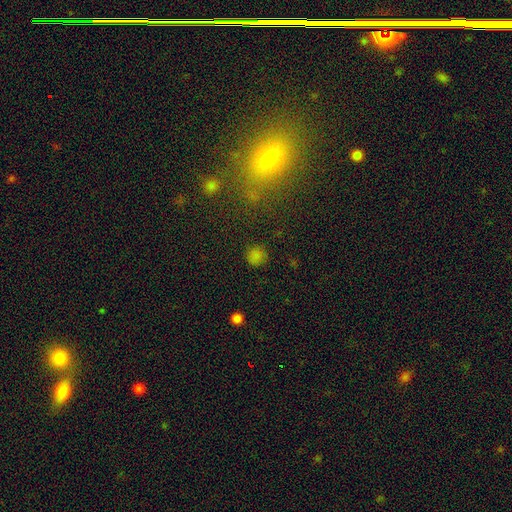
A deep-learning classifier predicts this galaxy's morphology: A smooth galaxy with no disk features (76%) that is round (91%). Merging: none (86%).